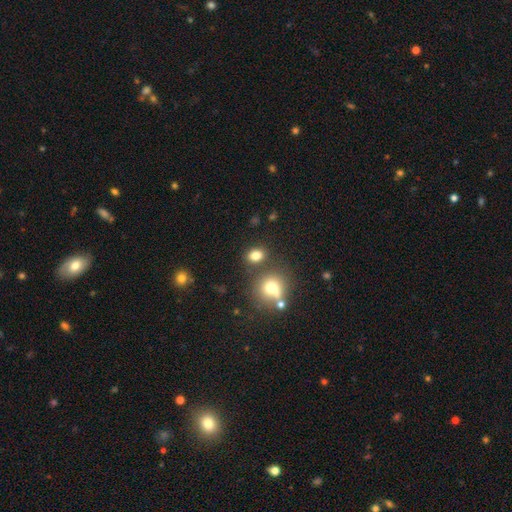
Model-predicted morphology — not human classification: This is likely a smooth galaxy (79%). How rounded: possibly in between (59%). Merging: likely none (72%).